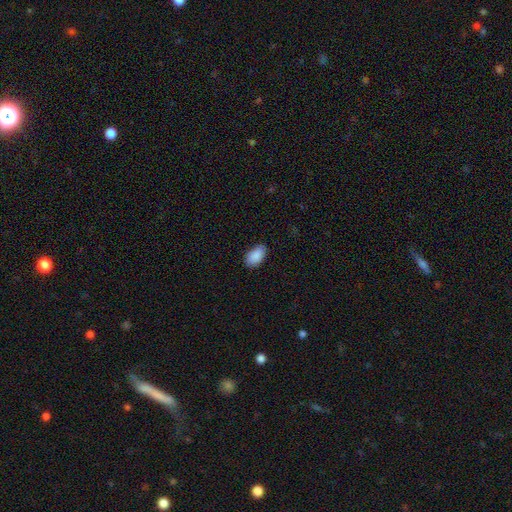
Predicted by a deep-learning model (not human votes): A smooth galaxy with no disk features (90%) that is in between round and cigar-shaped (93%). Merging: none (83%).